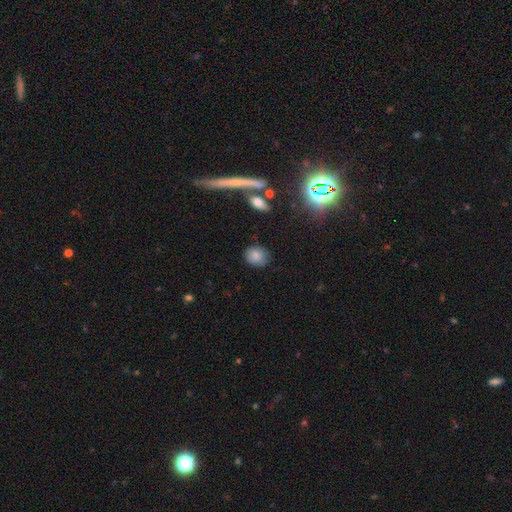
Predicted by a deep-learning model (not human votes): This is clearly a smooth galaxy (82%). How rounded: likely round (61%). Merging: clearly none (83%).